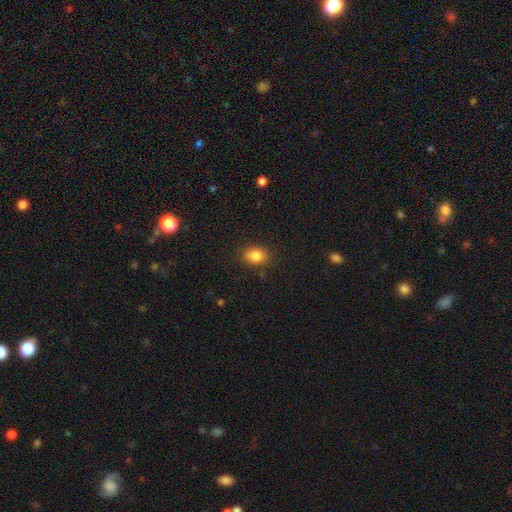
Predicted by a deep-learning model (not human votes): Overall: smooth (84%). How rounded: in between (63%; round 35%). Merging: none (81%).